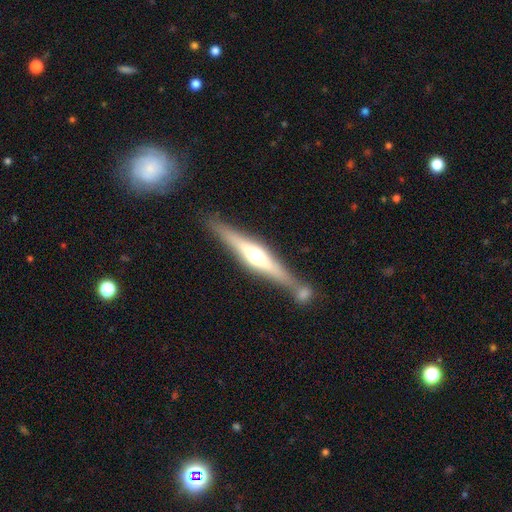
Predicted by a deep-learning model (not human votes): Overall: featured or disk (68%). Edge-on disk: yes (96%). Edge-on bulge: rounded (89%). Merging: none (75%).